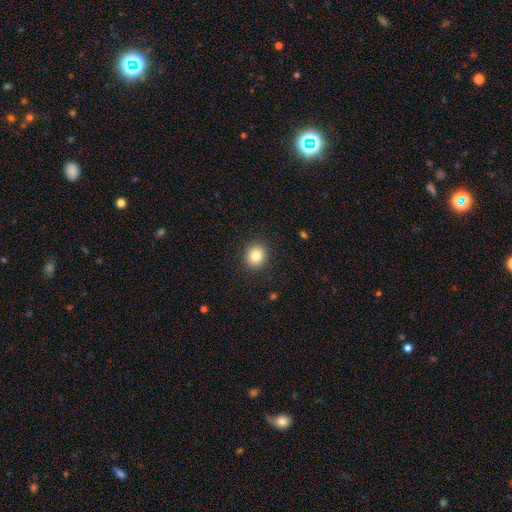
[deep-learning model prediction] Smooth or featured? Predicted: smooth (p=0.83). How rounded? Predicted: round (p=0.78). Merging? Predicted: none (p=0.90).